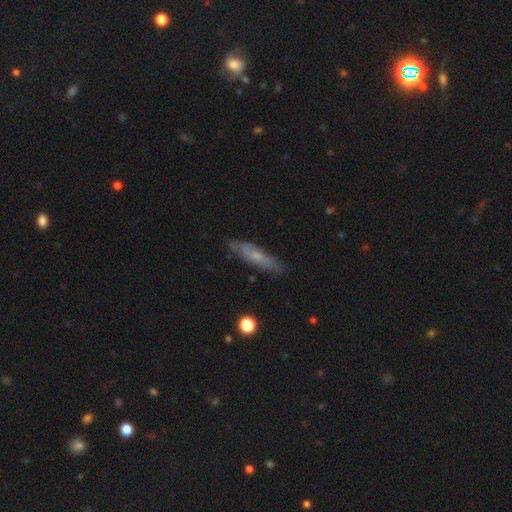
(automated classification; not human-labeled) smooth_or_featured: featured or disk (p=0.49) [alt: smooth p=0.43]
merging: none (p=0.77) [alt: minor disturbance p=0.17]